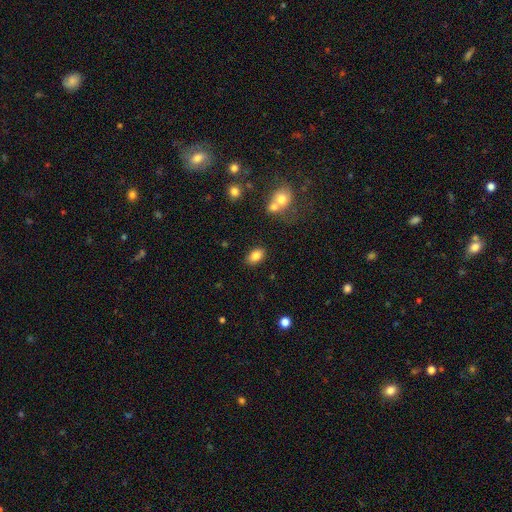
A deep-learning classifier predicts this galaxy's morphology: This is clearly a smooth galaxy (82%). How rounded: clearly in between (90%). Merging: clearly none (84%).